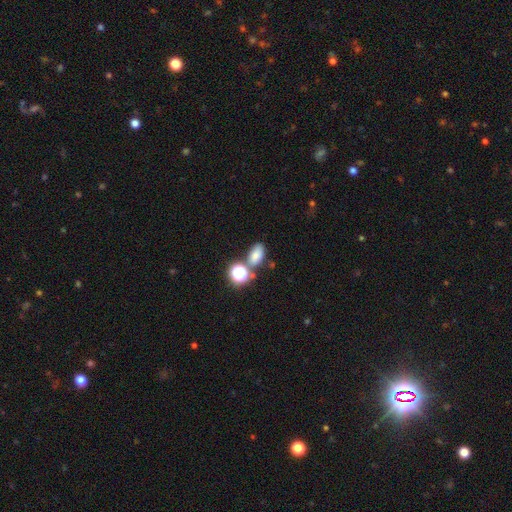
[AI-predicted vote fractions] smooth_or_featured: smooth (p=0.71) [alt: star or artifact p=0.18]
how_rounded: in between (p=0.78) [alt: round p=0.20]
merging: none (p=0.62) [alt: merger p=0.20]